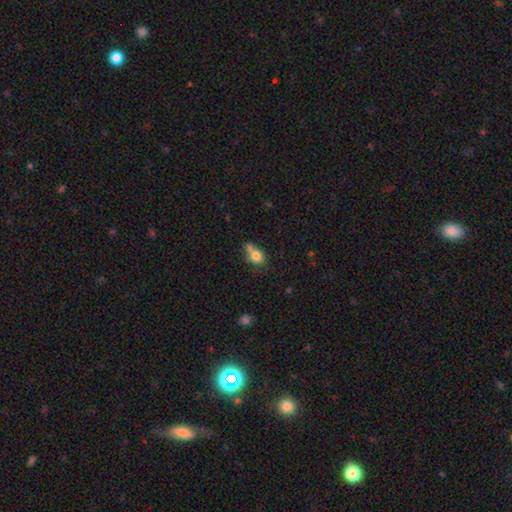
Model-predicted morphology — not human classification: smooth-or-featured: smooth: 79% | featured or disk: 11% | star or artifact: 10%
  how-rounded: in between: 50% | round: 48% | cigar-shaped: 2%
  merging: merger: 37% | none: 36% | minor disturbance: 19% | major disturbance: 8%